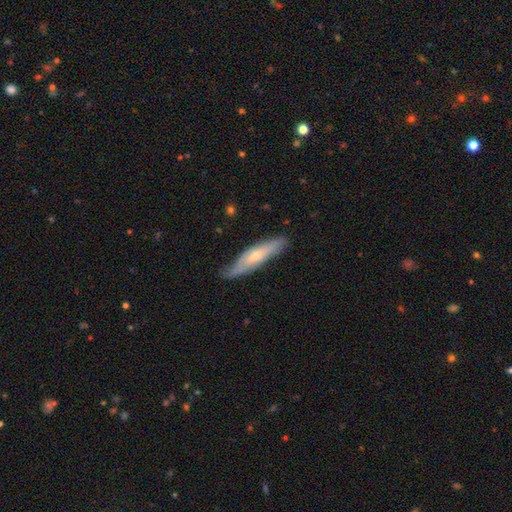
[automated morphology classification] The model was most divided on "smooth or featured": featured or disk: 49%, smooth: 45%, star or artifact: 6%. More confident: merging — none (73%).